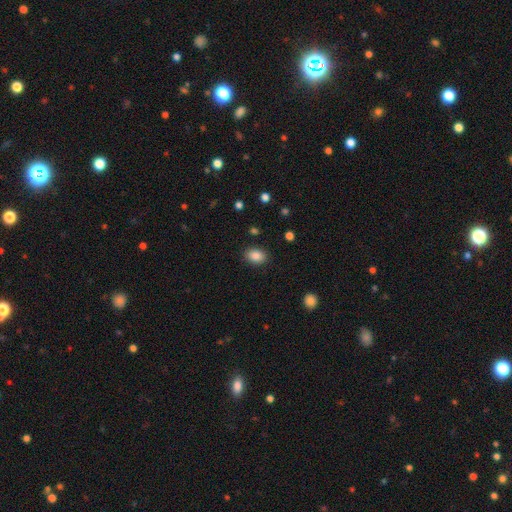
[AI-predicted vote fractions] A smooth galaxy with no disk features (87%) that is in between round and cigar-shaped (76%). Merging: none (88%).